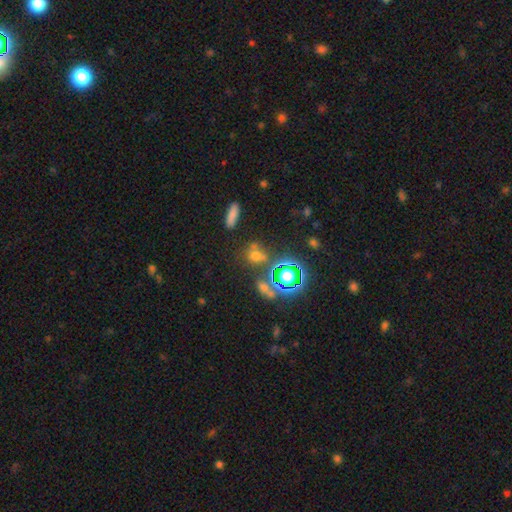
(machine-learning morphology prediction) type=smooth (54%); roundness=round (61%); merging=none (61%).